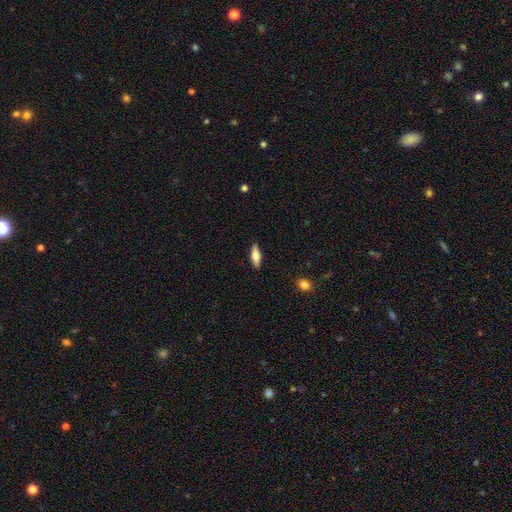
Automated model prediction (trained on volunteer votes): Q: Smooth or featured?
A: smooth (69%); runner-up: featured or disk (25%)
Q: How rounded?
A: in between (58%); runner-up: cigar-shaped (39%)
Q: Merging?
A: none (88%); runner-up: minor disturbance (9%)